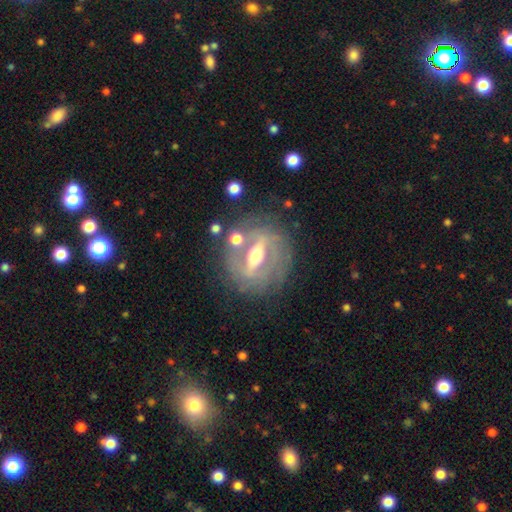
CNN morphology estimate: featured or disk 82%, smooth 11%, star or artifact 7%. Down the decision tree: edge-on disk — no (76%); bar — strong (73%); spiral arms — yes (51%); bulge size — moderate (74%); merging — none (73%).